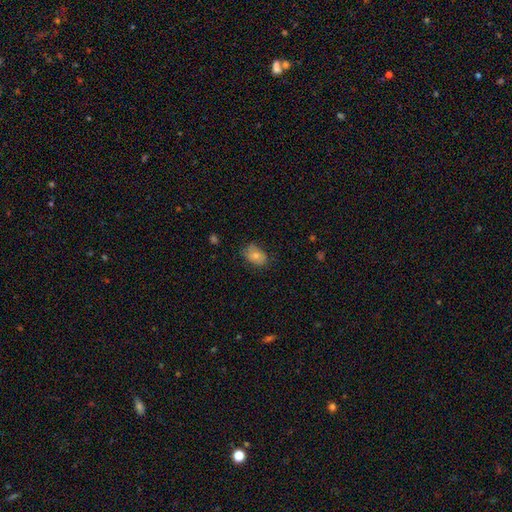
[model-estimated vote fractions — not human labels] The model was most divided on "merging": none: 65%, minor disturbance: 27%, major disturbance: 7%, merger: 1%. More confident: how rounded — in between (82%); smooth or featured — smooth (76%).